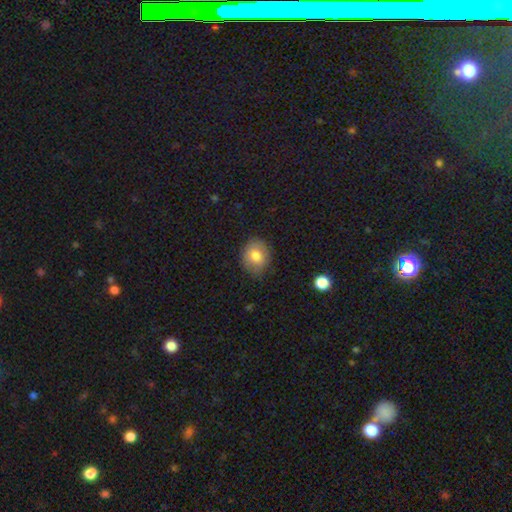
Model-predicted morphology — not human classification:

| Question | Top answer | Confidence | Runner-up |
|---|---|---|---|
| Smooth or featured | smooth | 76% | featured or disk (15%) |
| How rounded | round | 61% | in between (38%) |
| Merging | none | 76% | minor disturbance (19%) |